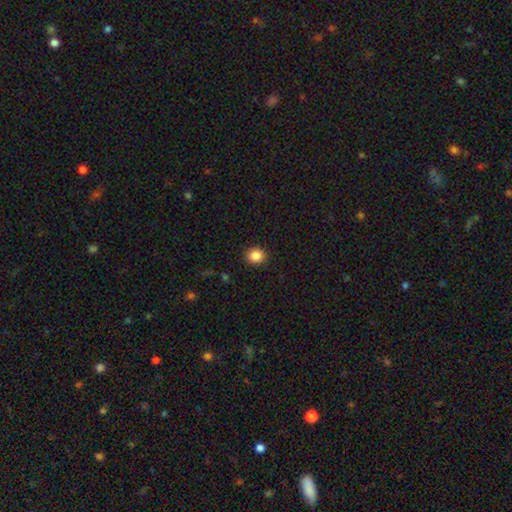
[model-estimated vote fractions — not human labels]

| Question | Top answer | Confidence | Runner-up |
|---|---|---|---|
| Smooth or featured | smooth | 87% | star or artifact (10%) |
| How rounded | round | 83% | in between (16%) |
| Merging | none | 90% | minor disturbance (7%) |